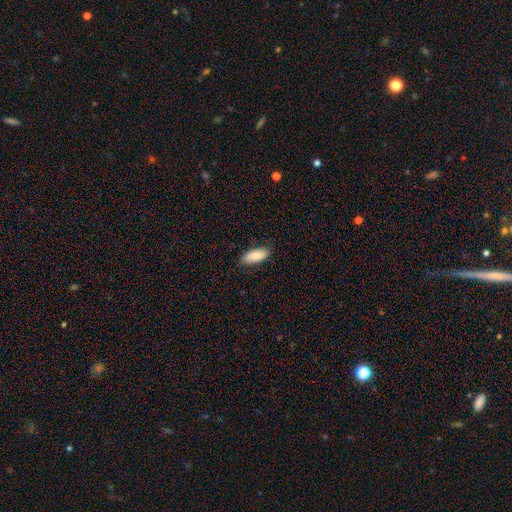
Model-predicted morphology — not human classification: A smooth galaxy with no disk features (79%) that is in between round and cigar-shaped (86%). Merging: none (83%).